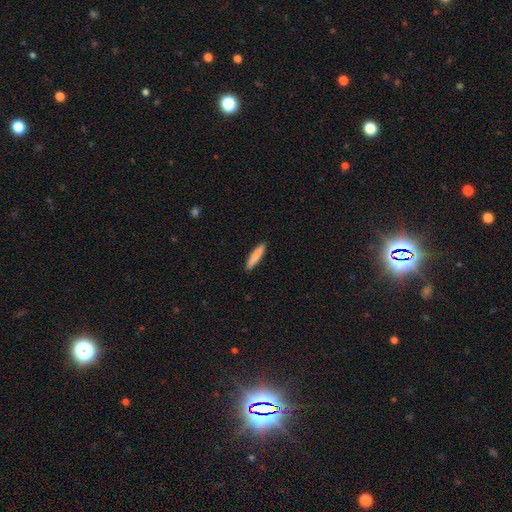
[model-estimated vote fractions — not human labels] smooth-or-featured: smooth: 85% | featured or disk: 9% | star or artifact: 6%
  how-rounded: cigar-shaped: 85% | in between: 13% | round: 1%
  merging: none: 90% | minor disturbance: 7% | major disturbance: 2% | merger: 1%